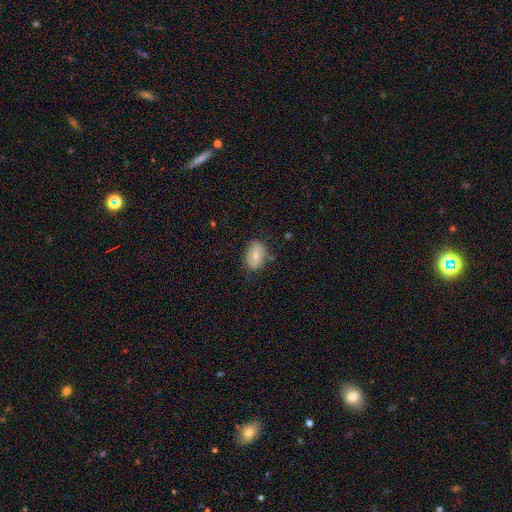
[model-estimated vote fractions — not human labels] A smooth galaxy with no disk features (74%) that is in between round and cigar-shaped (87%).

Vote fractions:
- Smooth or featured? smooth: 74% / featured or disk: 19% / star or artifact: 7%
- How rounded? in between: 87% / round: 12% / cigar-shaped: 1%
- Merging? none: 74% / minor disturbance: 20% / major disturbance: 4% / merger: 2%